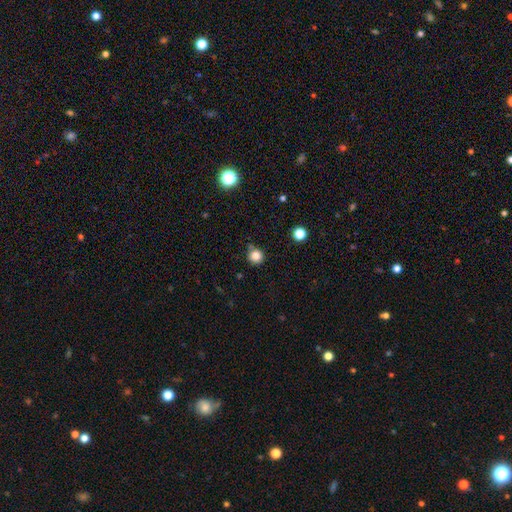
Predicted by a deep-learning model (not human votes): This is clearly a smooth galaxy (83%). How rounded: clearly round (93%). Merging: likely none (79%).